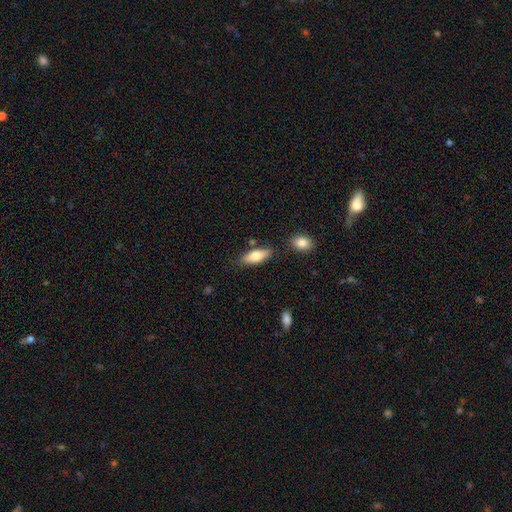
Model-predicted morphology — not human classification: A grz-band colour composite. It shows a smooth galaxy with no disk features (76%) that is in between round and cigar-shaped (71%). Merging: none (75%).